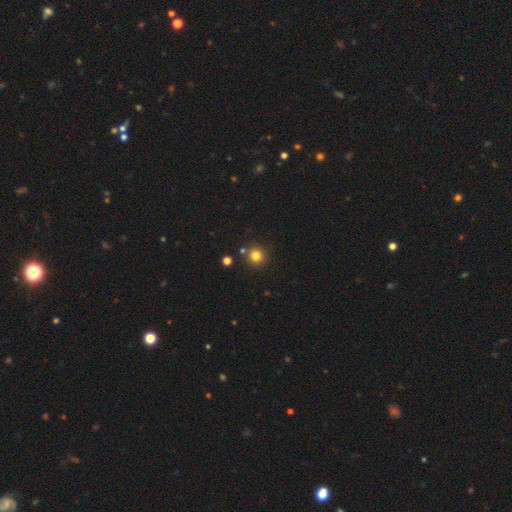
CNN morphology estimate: A smooth galaxy with no disk features (80%) that is round (94%).

Vote fractions:
- Smooth or featured? smooth: 80% / star or artifact: 14% / featured or disk: 6%
- How rounded? round: 94% / in between: 5% / cigar-shaped: 1%
- Merging? none: 84% / merger: 7% / minor disturbance: 7% / major disturbance: 2%